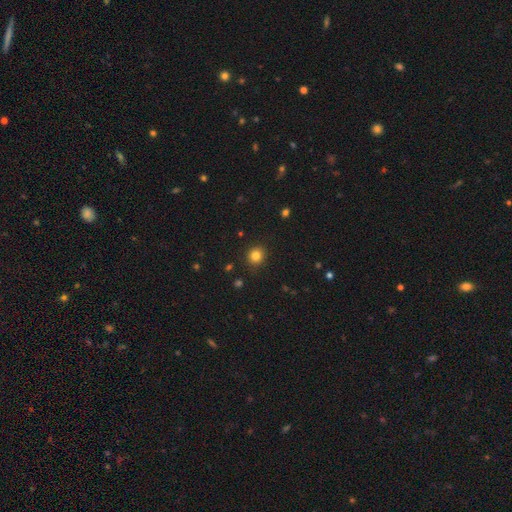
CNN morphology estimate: smooth 82%, star or artifact 13%, featured or disk 5%. Down the decision tree: how rounded — round (89%); merging — none (91%).